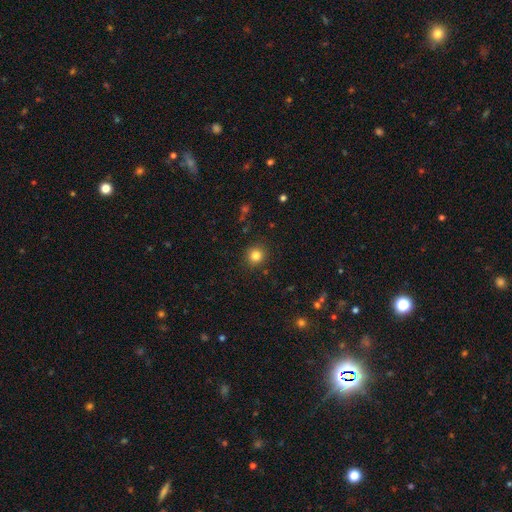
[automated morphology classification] smooth 83%, star or artifact 12%, featured or disk 5%. Down the decision tree: how rounded — round (91%); merging — none (90%).